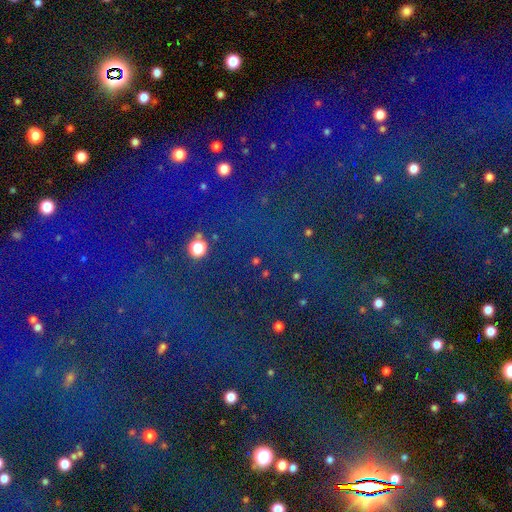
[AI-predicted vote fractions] Q: Smooth or featured?
A: star or artifact (83%); runner-up: smooth (11%)